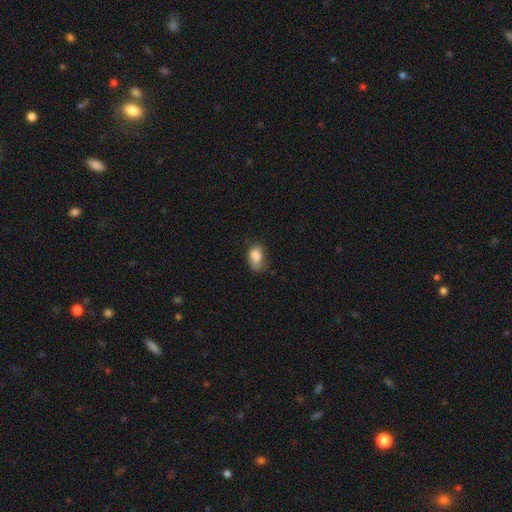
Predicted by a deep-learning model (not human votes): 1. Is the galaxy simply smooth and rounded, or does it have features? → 80% smooth, 11% featured or disk, 10% star or artifact.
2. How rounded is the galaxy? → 83% in between, 15% round, 2% cigar-shaped.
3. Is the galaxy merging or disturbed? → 44% none, 36% minor disturbance, 16% major disturbance, 4% merger.